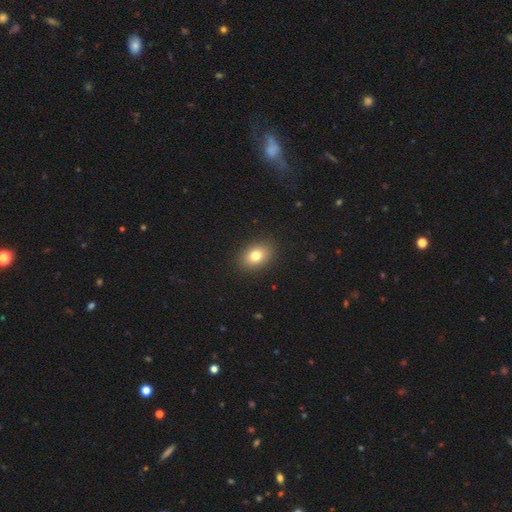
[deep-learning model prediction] This is likely a smooth galaxy (78%). How rounded: likely in between (71%). Merging: clearly none (90%).